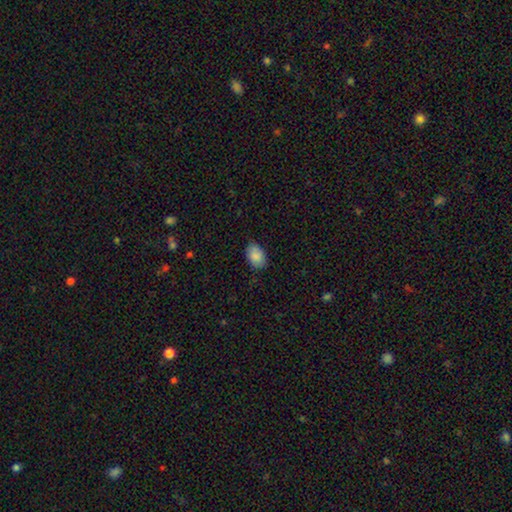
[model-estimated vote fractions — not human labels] A smooth galaxy with no disk features (87%) that is in between round and cigar-shaped (87%).

Vote fractions:
- Smooth or featured? smooth: 87% / star or artifact: 7% / featured or disk: 6%
- How rounded? in between: 87% / round: 12% / cigar-shaped: 1%
- Merging? none: 80% / minor disturbance: 17% / major disturbance: 3% / merger: 1%